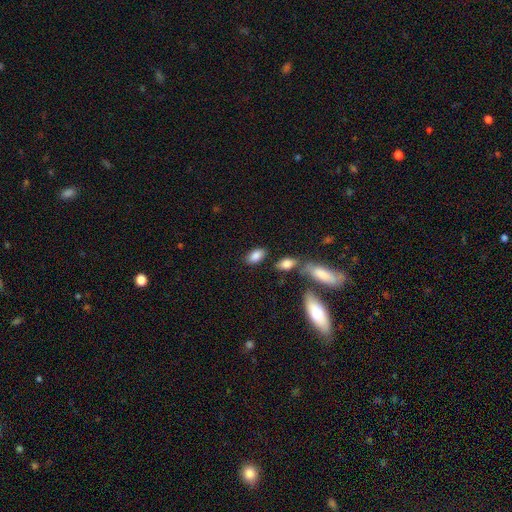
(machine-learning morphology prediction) Smooth or featured? smooth (86%)
How rounded? in between (91%)
Merging? none (75%)